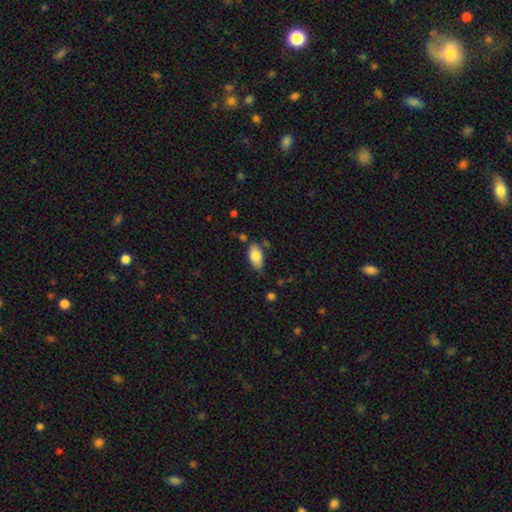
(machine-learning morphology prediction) Overall: smooth (81%). How rounded: in between (93%). Merging: none (70%).